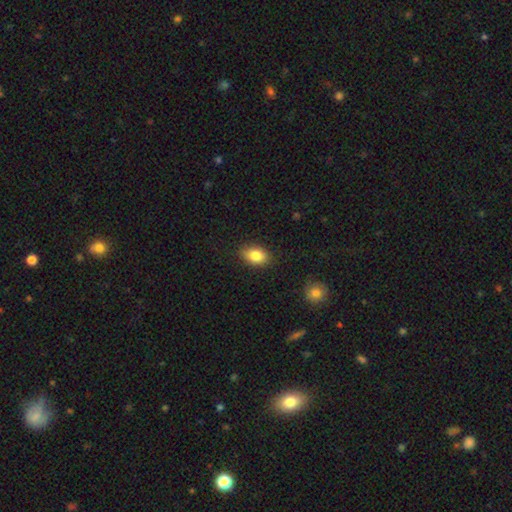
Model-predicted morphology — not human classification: A smooth galaxy with no disk features (84%) that is in between round and cigar-shaped (85%).

Vote fractions:
- Smooth or featured? smooth: 84% / star or artifact: 8% / featured or disk: 8%
- How rounded? in between: 85% / round: 13% / cigar-shaped: 2%
- Merging? none: 86% / minor disturbance: 10% / major disturbance: 2% / merger: 1%